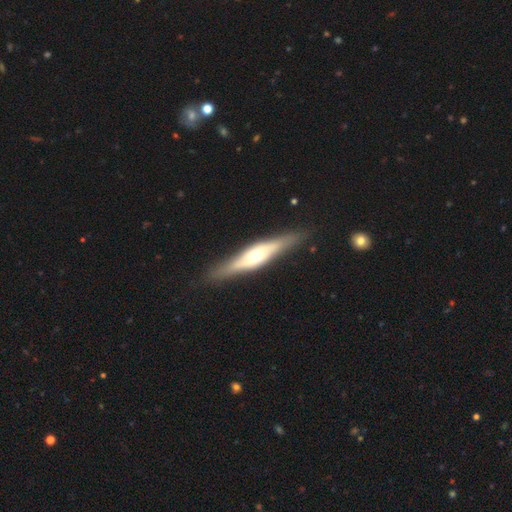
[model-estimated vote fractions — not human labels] Smooth or featured? featured or disk (69%)
Edge-on disk? yes (87%)
Edge-on bulge? rounded (84%)
Merging? none (84%)